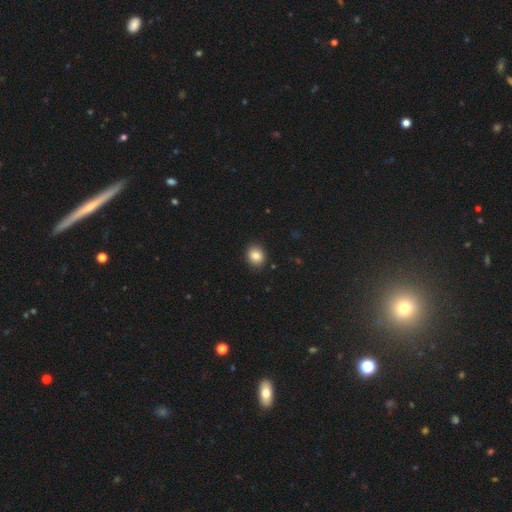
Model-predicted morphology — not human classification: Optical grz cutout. It shows a smooth galaxy with no disk features (85%) that is round (67%). Merging: none (89%).